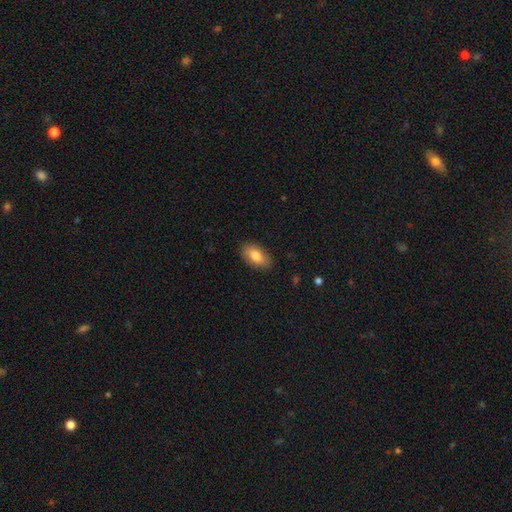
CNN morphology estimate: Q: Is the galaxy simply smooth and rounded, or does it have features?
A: smooth — 79%.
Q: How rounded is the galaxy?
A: in between — 92%.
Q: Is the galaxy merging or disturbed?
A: none — 87%.